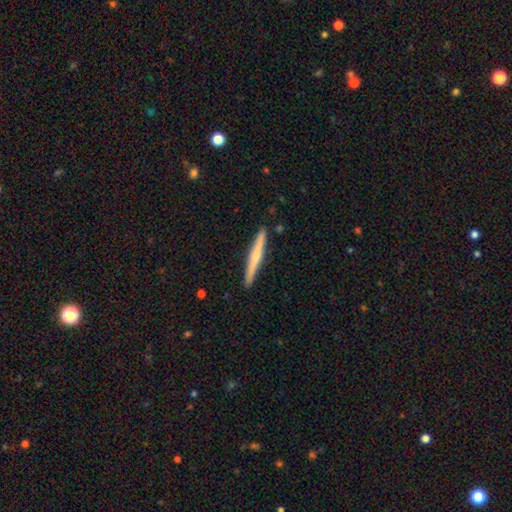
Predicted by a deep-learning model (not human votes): featured or disk 48%, smooth 46%, star or artifact 5%. Down the decision tree: merging — none (91%).